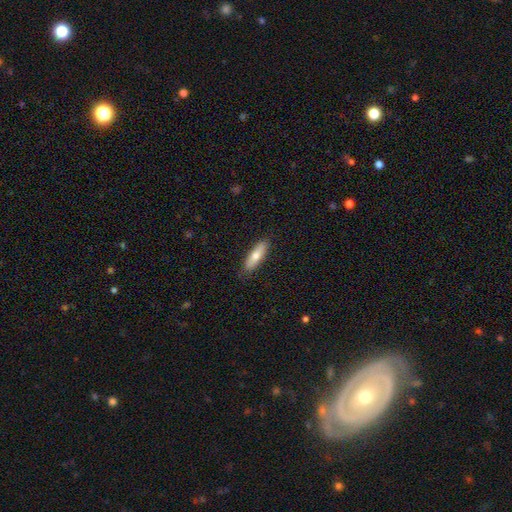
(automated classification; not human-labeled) Overall: smooth (70%). How rounded: cigar-shaped (55%; in between 43%). Merging: none (87%).